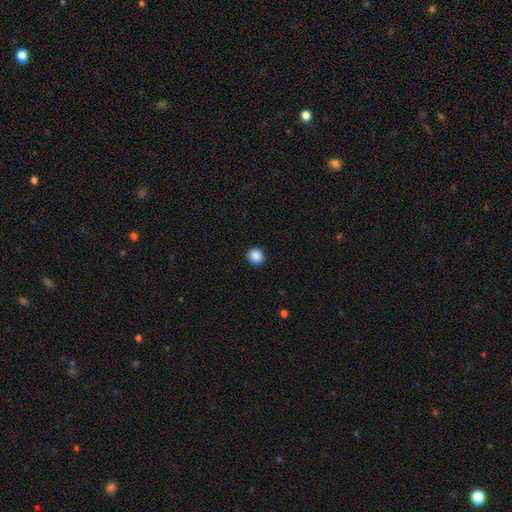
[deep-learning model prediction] This is clearly a smooth galaxy (88%). How rounded: clearly round (91%). Merging: clearly none (93%).